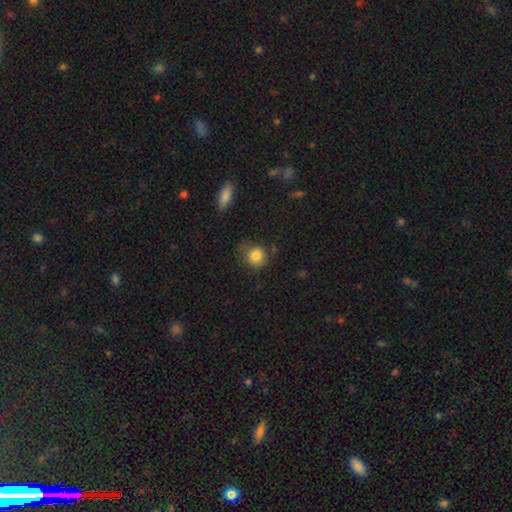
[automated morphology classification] smooth_or_featured: smooth (p=0.84) [alt: star or artifact p=0.09]
how_rounded: round (p=0.80) [alt: in between p=0.18]
merging: none (p=0.64) [alt: minor disturbance p=0.25]